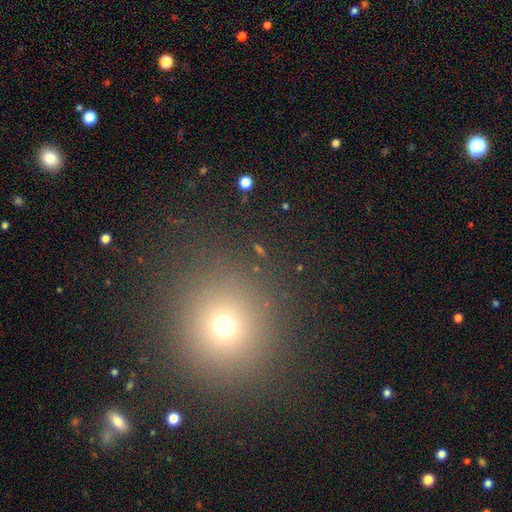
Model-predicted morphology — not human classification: Q: Smooth or featured?
A: smooth (59%); runner-up: star or artifact (33%)
Q: How rounded?
A: round (91%); runner-up: in between (8%)
Q: Merging?
A: none (89%); runner-up: minor disturbance (6%)